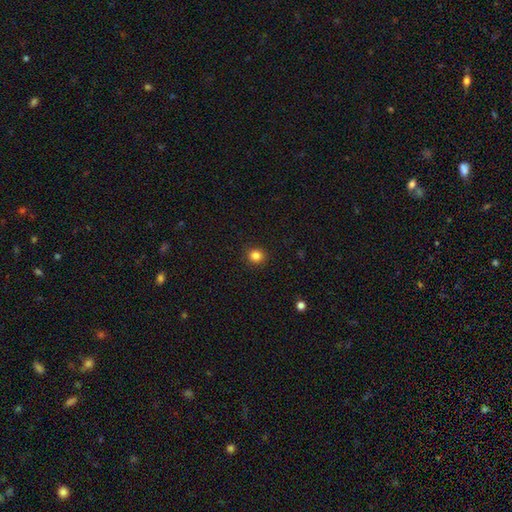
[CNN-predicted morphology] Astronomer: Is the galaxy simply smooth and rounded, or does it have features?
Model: smooth — 84%.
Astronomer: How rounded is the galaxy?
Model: round — 89%.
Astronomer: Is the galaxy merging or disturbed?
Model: none — 92%.